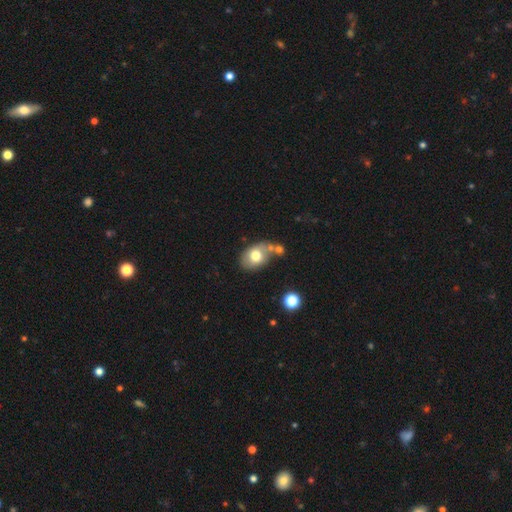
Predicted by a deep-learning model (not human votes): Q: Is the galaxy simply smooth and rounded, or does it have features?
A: smooth — 71%.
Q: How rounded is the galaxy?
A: in between — 78%.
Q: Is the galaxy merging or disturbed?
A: none — 49%.